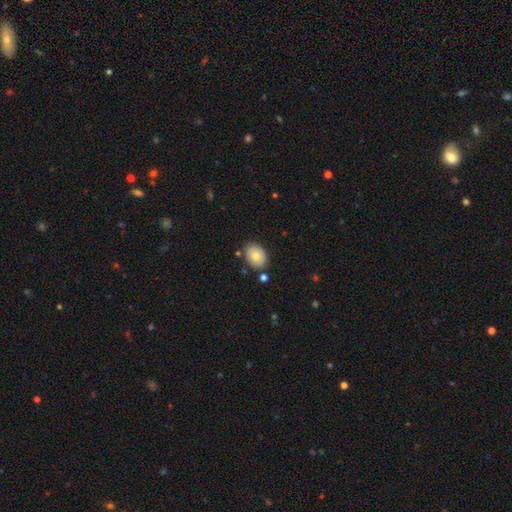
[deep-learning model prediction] Smooth or featured?
  - smooth: 72% *
  - featured or disk: 20%
  - star or artifact: 8%
How rounded?
  - in between: 69% *
  - round: 30%
  - cigar-shaped: 1%
Merging?
  - none: 81% *
  - minor disturbance: 12%
  - merger: 4%
  - major disturbance: 3%